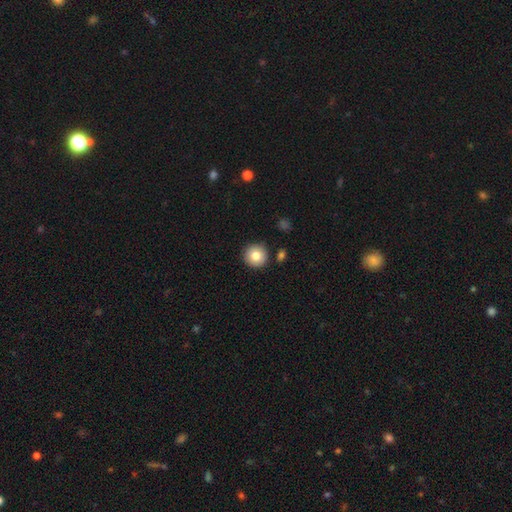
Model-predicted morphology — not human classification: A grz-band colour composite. It shows a smooth galaxy with no disk features (82%) that is round (94%). Merging: none (88%).